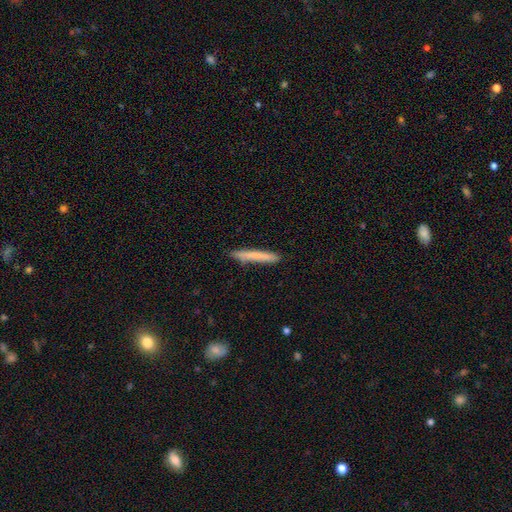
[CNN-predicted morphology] Smooth or featured?
  - smooth: 73% *
  - featured or disk: 21%
  - star or artifact: 6%
How rounded?
  - cigar-shaped: 96% *
  - in between: 3%
  - round: 1%
Merging?
  - none: 88% *
  - minor disturbance: 9%
  - major disturbance: 2%
  - merger: 1%